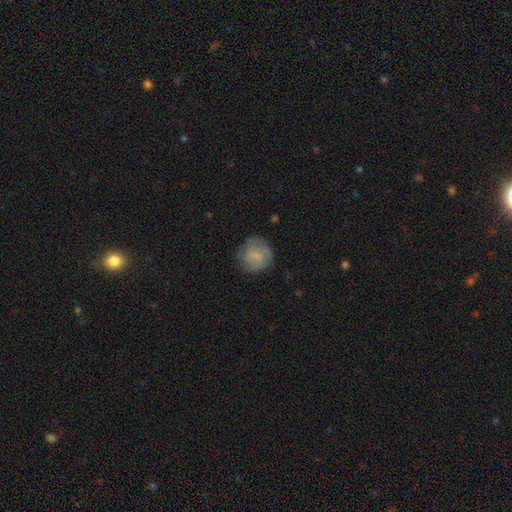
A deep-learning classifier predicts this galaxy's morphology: Q: Smooth or featured?
A: smooth (67%); runner-up: featured or disk (25%)
Q: How rounded?
A: round (88%); runner-up: in between (11%)
Q: Merging?
A: none (69%); runner-up: minor disturbance (20%)